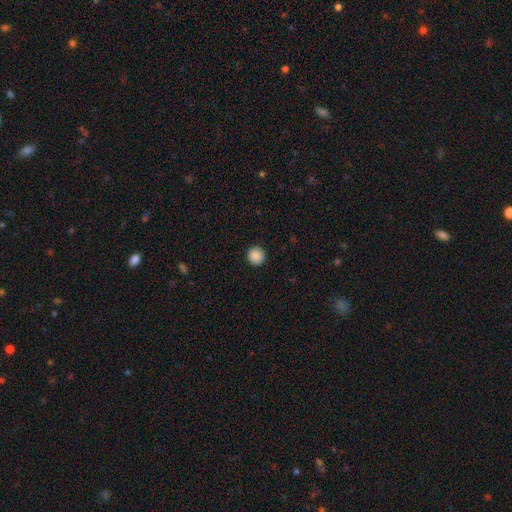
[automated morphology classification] Smooth or featured? smooth (89%)
How rounded? round (94%)
Merging? none (93%)